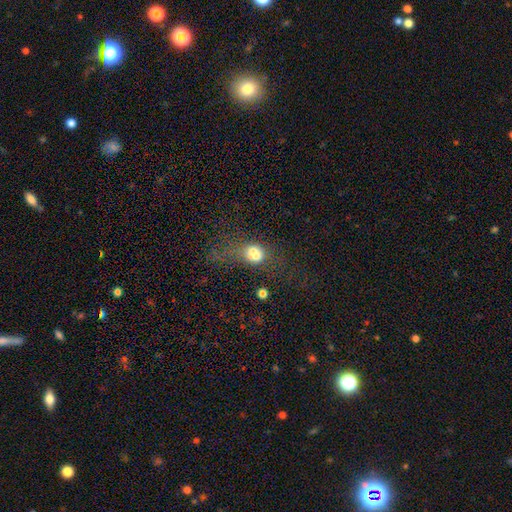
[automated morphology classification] This appears to be a smooth galaxy with no disk features (63%) that is round (49%). Merging: merger (51%).